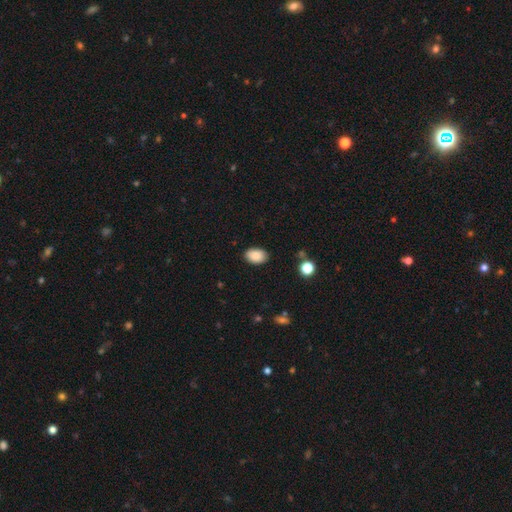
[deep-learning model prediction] Smooth or featured: smooth — 88% (star or artifact — 8%)
How rounded: in between — 86% (round — 13%)
Merging: none — 87% (minor disturbance — 10%)